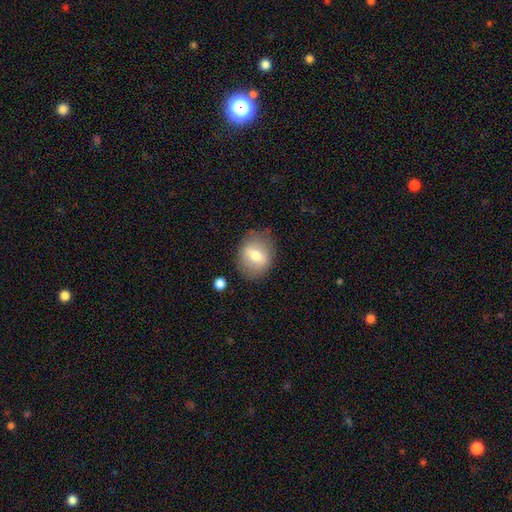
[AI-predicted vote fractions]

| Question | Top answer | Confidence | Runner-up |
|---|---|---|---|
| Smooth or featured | smooth | 65% | featured or disk (27%) |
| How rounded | round | 54% | in between (44%) |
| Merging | none | 80% | minor disturbance (14%) |